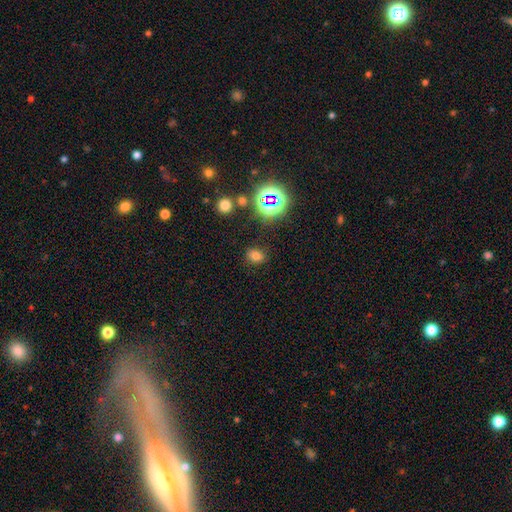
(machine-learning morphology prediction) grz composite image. It shows a smooth galaxy with no disk features (67%) that is in between round and cigar-shaped (50%). Merging: none (84%).